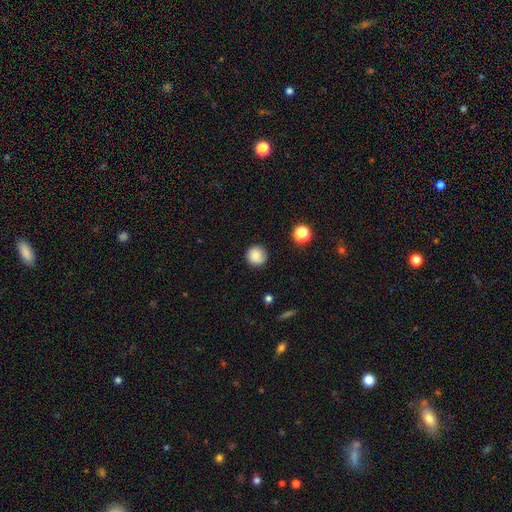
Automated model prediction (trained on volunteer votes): The model was most divided on "smooth or featured": smooth: 84%, star or artifact: 10%, featured or disk: 6%. More confident: how rounded — round (95%); merging — none (86%).